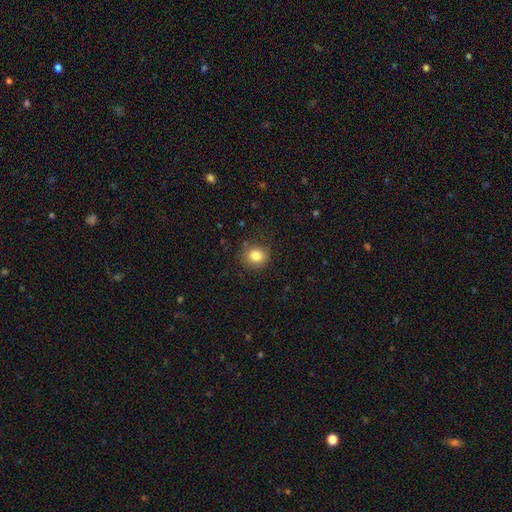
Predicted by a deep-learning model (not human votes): Smooth or featured? smooth (83%)
How rounded? round (85%)
Merging? none (85%)